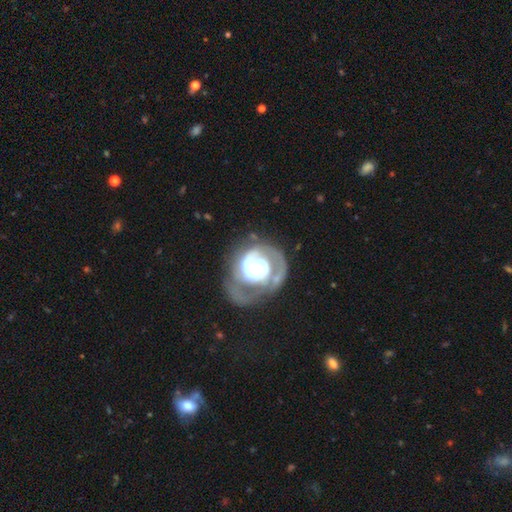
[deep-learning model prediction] Smooth or featured? featured or disk (79%)
Edge-on disk? no (97%)
Bar? no (74%)
Spiral arms? yes (78%)
Spiral winding? tight (61%)
Spiral arm count? 2 (38%)
Bulge size? moderate (51%)
Merging? none (52%)